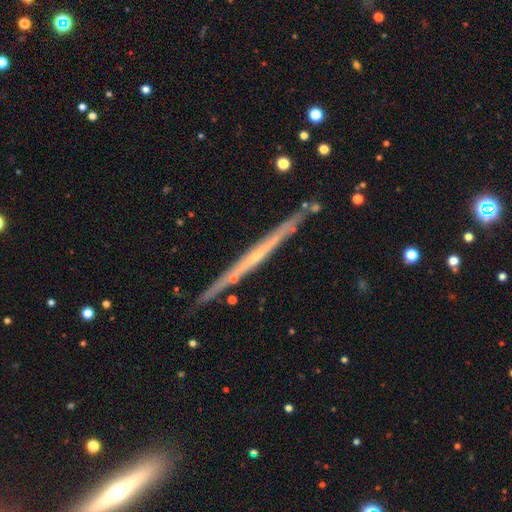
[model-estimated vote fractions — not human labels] Morphology: type=featured or disk (75%); edge-on=yes (97%); edge-on bulge=none (71%); merging=none (87%).